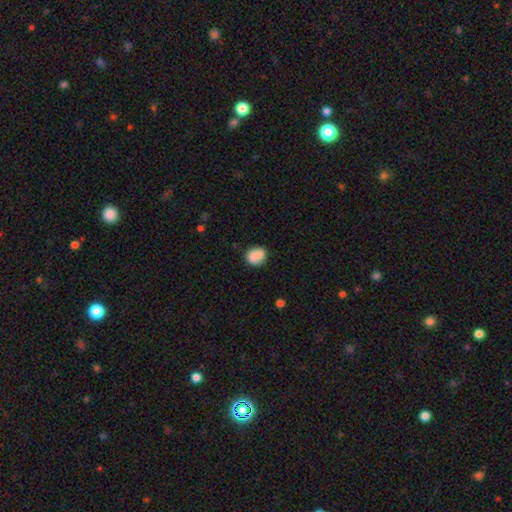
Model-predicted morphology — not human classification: The model was most divided on "how rounded": round: 61%, in between: 37%, cigar-shaped: 1%. More confident: smooth or featured — smooth (76%); merging — none (70%).